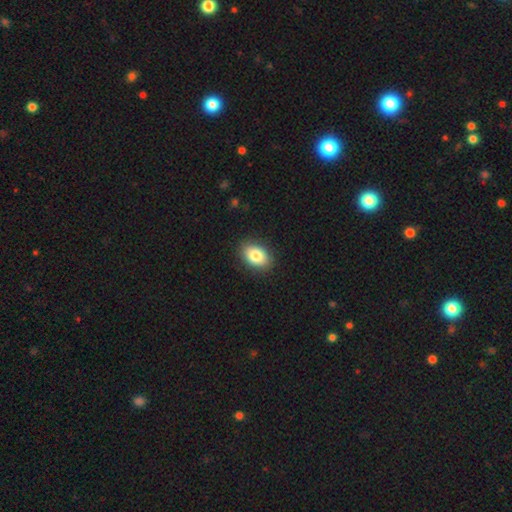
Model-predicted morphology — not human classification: The model was most divided on "how rounded": in between: 82%, round: 17%, cigar-shaped: 1%. More confident: merging — none (89%); smooth or featured — smooth (83%).